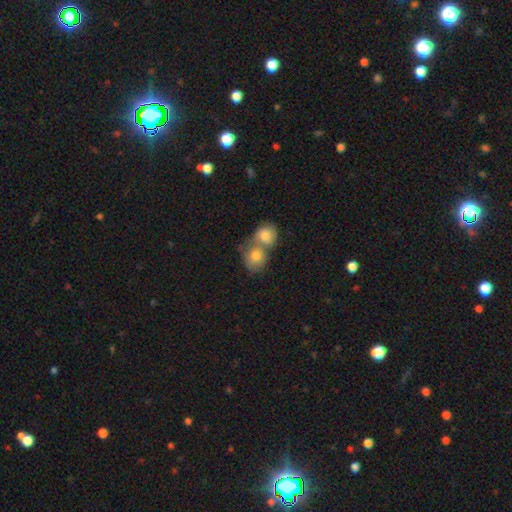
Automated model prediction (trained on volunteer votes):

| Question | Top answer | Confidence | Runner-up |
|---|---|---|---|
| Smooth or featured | smooth | 77% | featured or disk (16%) |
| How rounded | round | 69% | in between (30%) |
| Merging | merger | 72% | none (19%) |